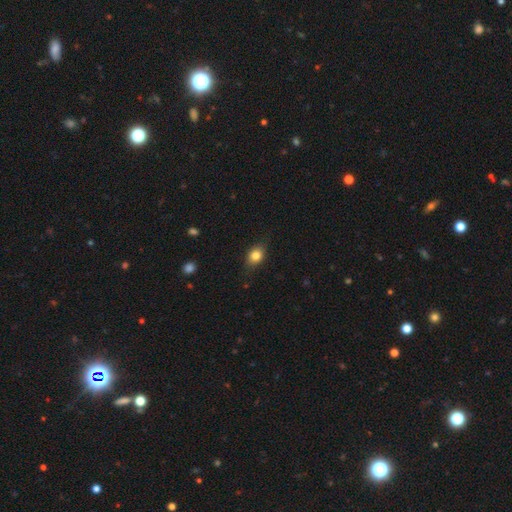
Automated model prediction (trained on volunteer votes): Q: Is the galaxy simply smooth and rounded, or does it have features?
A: smooth — 81%.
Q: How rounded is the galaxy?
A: in between — 62%.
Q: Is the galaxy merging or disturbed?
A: none — 78%.